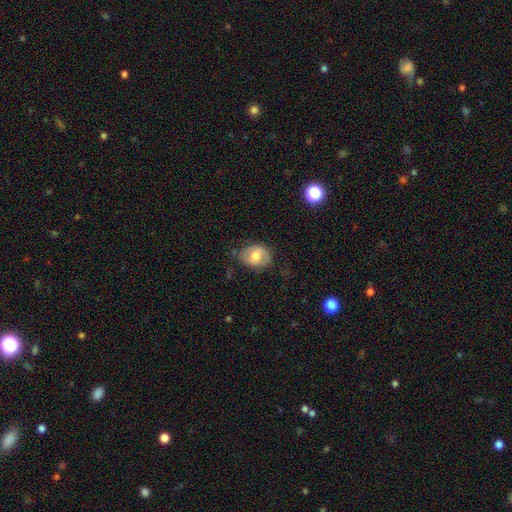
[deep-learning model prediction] Smooth or featured? Predicted: smooth (p=0.62). How rounded? Predicted: in between (p=0.54). Merging? Predicted: none (p=0.63).